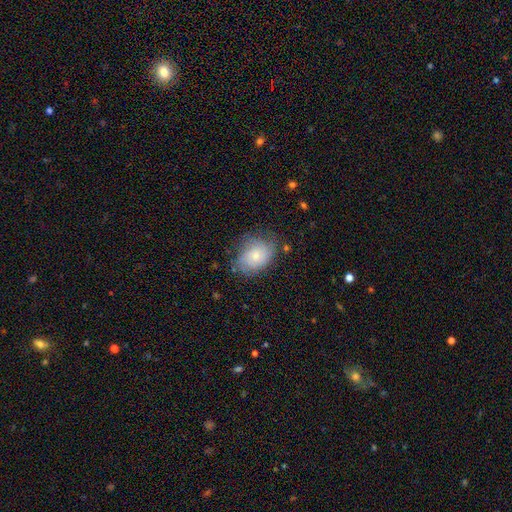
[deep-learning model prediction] smooth-or-featured: smooth: 56% | featured or disk: 36% | star or artifact: 9%
  how-rounded: in between: 65% | round: 33% | cigar-shaped: 1%
  merging: none: 62% | minor disturbance: 26% | major disturbance: 9% | merger: 2%